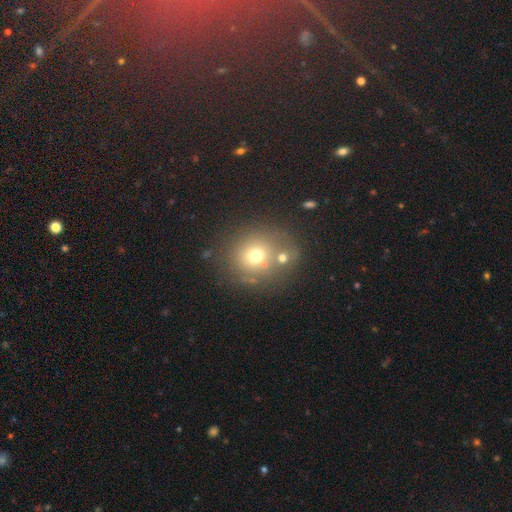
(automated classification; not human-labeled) Q: Smooth or featured?
A: smooth (67%); runner-up: star or artifact (17%)
Q: How rounded?
A: round (85%); runner-up: in between (14%)
Q: Merging?
A: none (64%); runner-up: merger (19%)